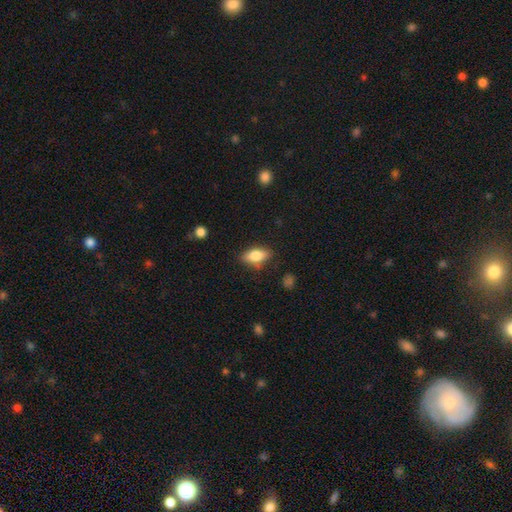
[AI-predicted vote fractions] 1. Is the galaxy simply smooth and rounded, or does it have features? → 74% smooth, 19% featured or disk, 7% star or artifact.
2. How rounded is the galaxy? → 84% in between, 11% cigar-shaped, 5% round.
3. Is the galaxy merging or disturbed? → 81% none, 14% minor disturbance, 3% major disturbance, 2% merger.